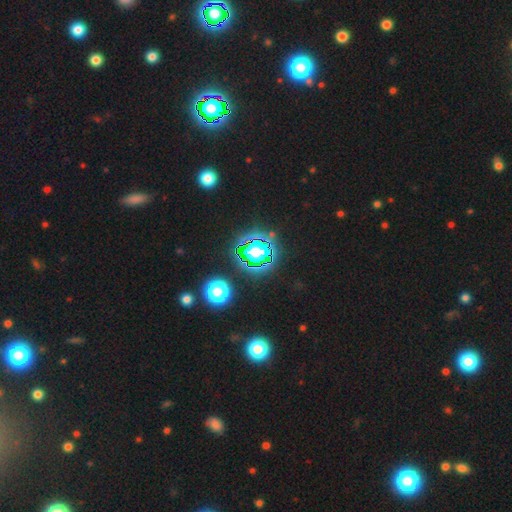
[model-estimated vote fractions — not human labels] Smooth or featured? Predicted: star or artifact (p=0.81).